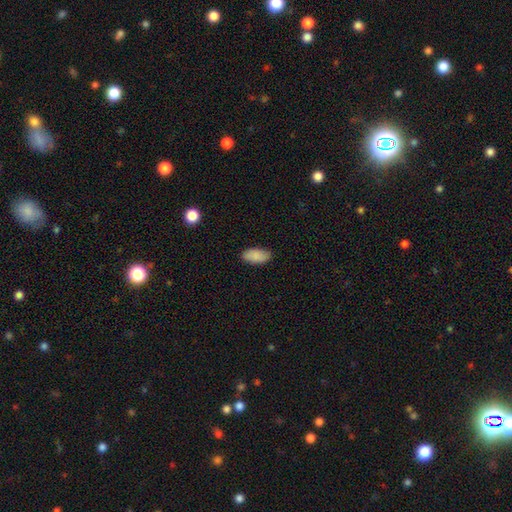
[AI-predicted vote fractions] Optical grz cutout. It shows a smooth galaxy with no disk features (88%) that is in between round and cigar-shaped (93%). Merging: none (86%).